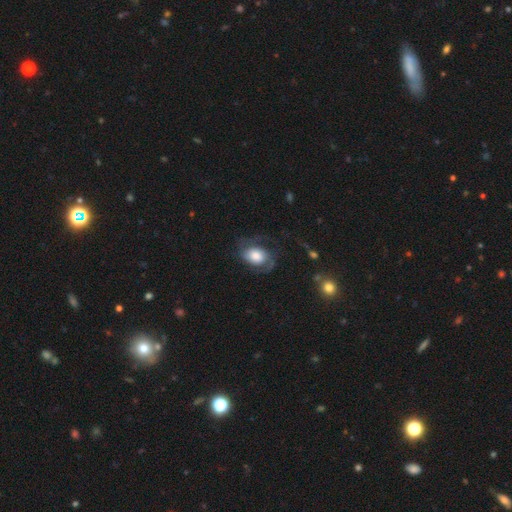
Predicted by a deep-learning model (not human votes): smooth-or-featured: featured or disk: 52% | smooth: 40% | star or artifact: 8%
  disk-edge-on: no: 97% | yes: 3%
    bar: no: 73% | weak: 22% | strong: 6%
    has-spiral-arms: yes: 82% | no: 18%
    bulge-size: large: 45% | moderate: 31% | dominant: 12% | small: 9% | none: 3%
  merging: none: 50% | major disturbance: 26% | minor disturbance: 21% | merger: 2%